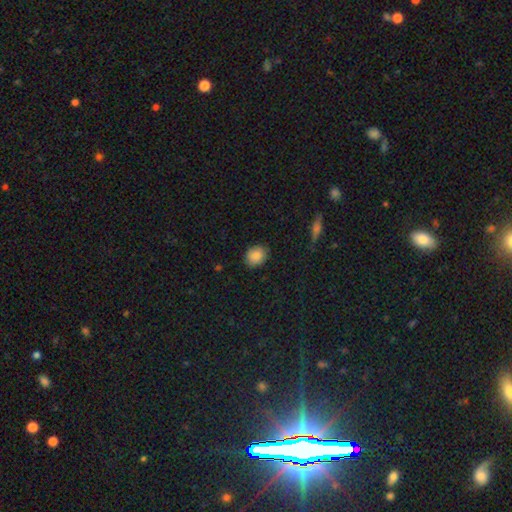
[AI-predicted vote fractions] Morphology: type=smooth (86%); roundness=round (61%); merging=none (84%).